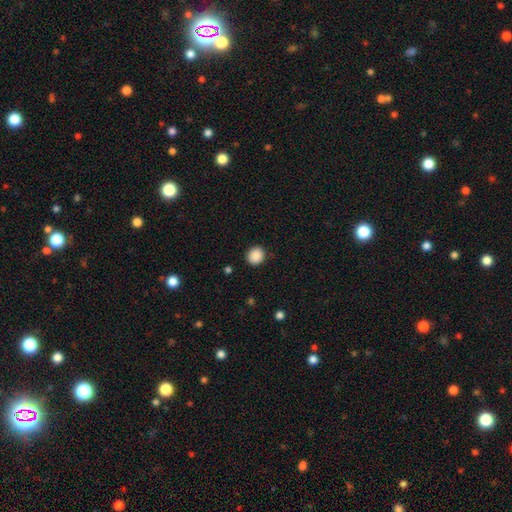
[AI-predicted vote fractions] Smooth or featured? Predicted: smooth (p=0.89). How rounded? Predicted: round (p=0.82). Merging? Predicted: none (p=0.90).